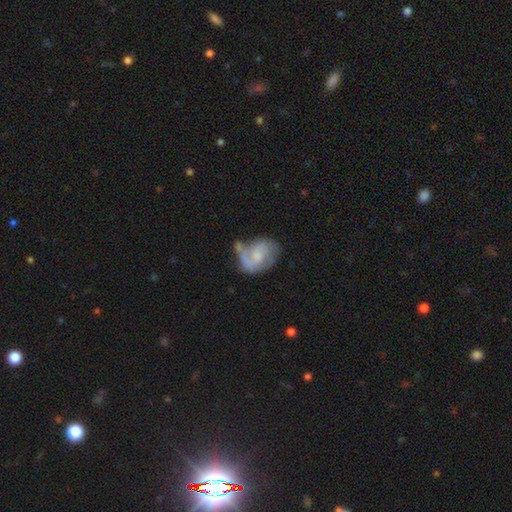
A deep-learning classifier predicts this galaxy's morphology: smooth_or_featured: featured or disk (p=0.63) [alt: smooth p=0.30]
disk_edge_on: no (p=0.97) [alt: yes p=0.03]
bar: no (p=0.60) [alt: weak p=0.35]
has_spiral_arms: yes (p=0.82) [alt: no p=0.18]
spiral_winding: medium (p=0.44) [alt: loose p=0.30]
spiral_arm_count: 2 (p=0.57) [alt: 1 p=0.21]
bulge_size: small (p=0.43) [alt: moderate p=0.30]
merging: none (p=0.36) [alt: minor disturbance p=0.28]